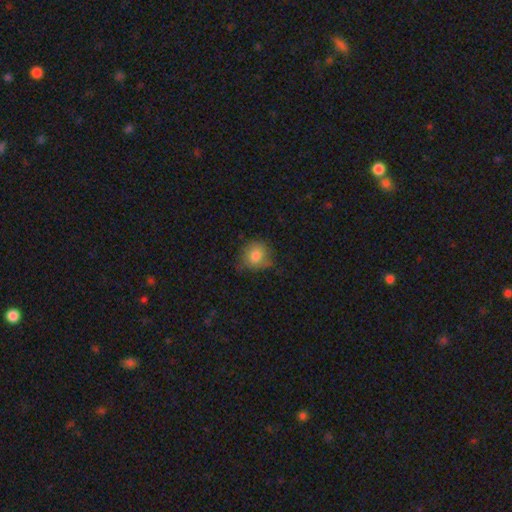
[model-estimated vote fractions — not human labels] Q: Smooth or featured?
A: smooth (80%); runner-up: featured or disk (11%)
Q: How rounded?
A: round (77%); runner-up: in between (22%)
Q: Merging?
A: none (63%); runner-up: minor disturbance (28%)